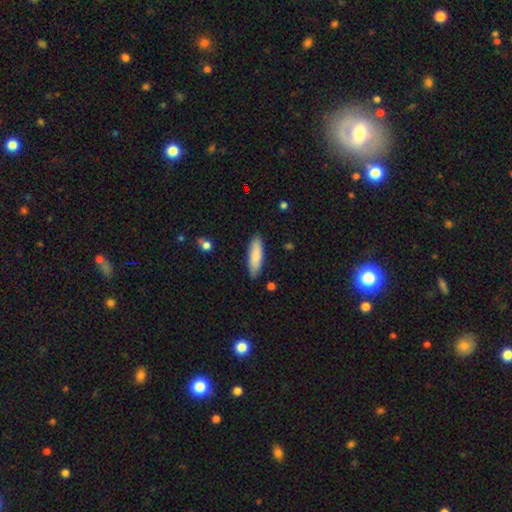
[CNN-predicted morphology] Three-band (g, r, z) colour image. It shows a smooth galaxy with no disk features (84%) that is cigar-shaped (51%). Merging: none (87%).